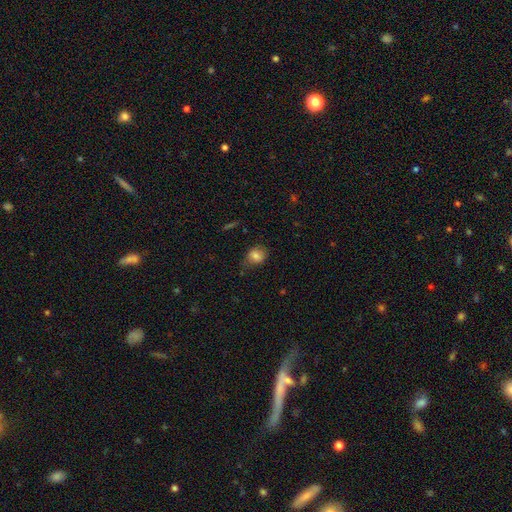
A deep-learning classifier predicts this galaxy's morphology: smooth_or_featured: smooth (p=0.80) [alt: star or artifact p=0.10]
how_rounded: round (p=0.56) [alt: in between p=0.43]
merging: none (p=0.66) [alt: minor disturbance p=0.25]